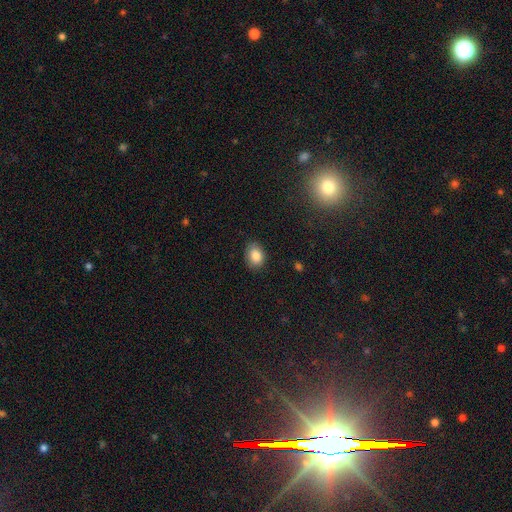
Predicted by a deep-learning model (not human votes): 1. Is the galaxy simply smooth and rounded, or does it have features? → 86% smooth, 9% star or artifact, 6% featured or disk.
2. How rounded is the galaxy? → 67% in between, 32% round, 1% cigar-shaped.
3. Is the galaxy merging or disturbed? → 82% none, 14% minor disturbance, 3% major disturbance, 1% merger.